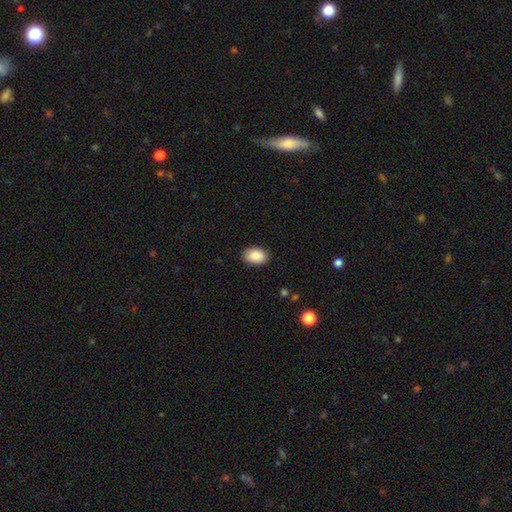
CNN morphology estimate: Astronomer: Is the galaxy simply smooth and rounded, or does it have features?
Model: smooth — 90%.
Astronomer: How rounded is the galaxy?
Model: in between — 87%.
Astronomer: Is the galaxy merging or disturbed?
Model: none — 87%.